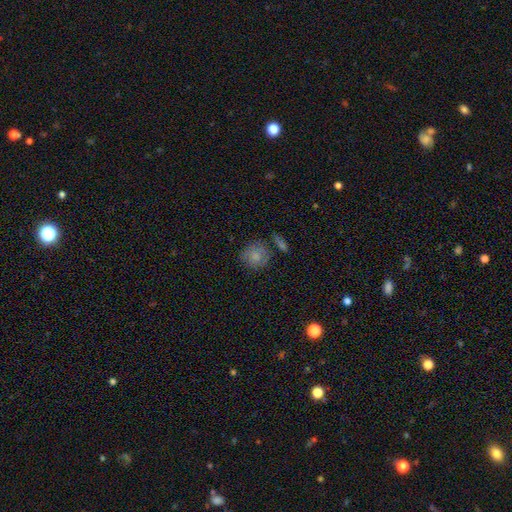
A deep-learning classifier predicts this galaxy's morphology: Smooth or featured: smooth — 80% (featured or disk — 11%)
How rounded: round — 86% (in between — 13%)
Merging: none — 70% (minor disturbance — 17%)